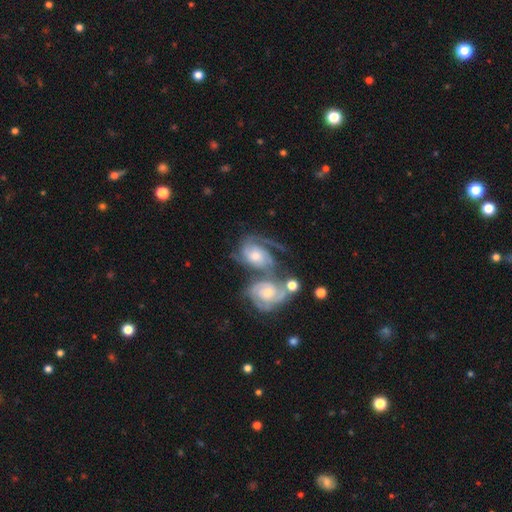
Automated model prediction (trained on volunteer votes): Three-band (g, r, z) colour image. It shows a featured or disk galaxy (85%) with no bar (64%), 3 (34%) tight (48%) spiral arms (96%) and a moderate central bulge (58%). Merging: merger (61%).